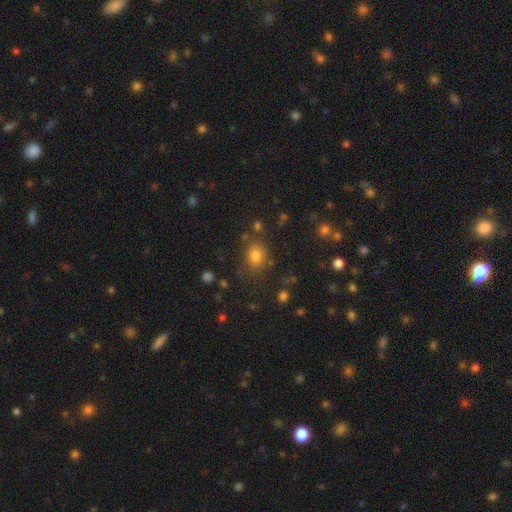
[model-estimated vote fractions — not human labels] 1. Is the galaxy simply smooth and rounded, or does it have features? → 76% smooth, 16% star or artifact, 8% featured or disk.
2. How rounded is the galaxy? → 53% round, 46% in between, 1% cigar-shaped.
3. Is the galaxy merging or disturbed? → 78% none, 13% minor disturbance, 5% merger, 5% major disturbance.